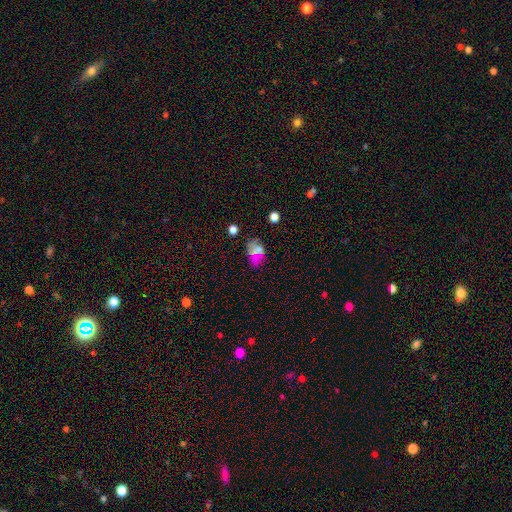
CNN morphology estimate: Smooth or featured: smooth — 61% (star or artifact — 25%)
How rounded: in between — 83% (round — 14%)
Merging: none — 72% (minor disturbance — 17%)